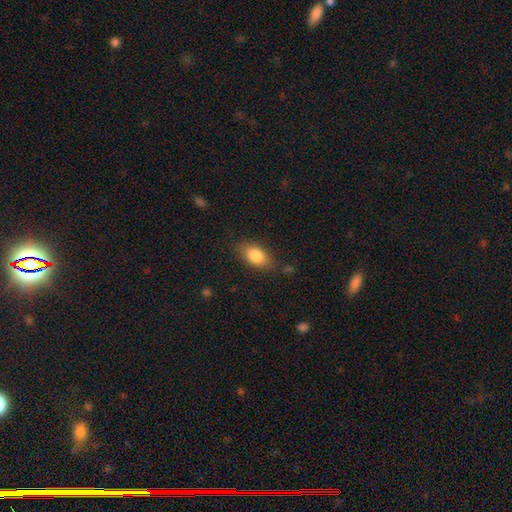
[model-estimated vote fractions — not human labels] Smooth or featured? Predicted: smooth (p=0.84). How rounded? Predicted: in between (p=0.88). Merging? Predicted: none (p=0.81).